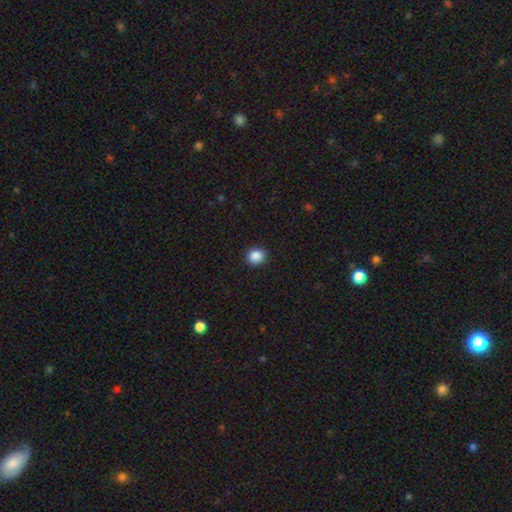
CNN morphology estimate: A smooth galaxy with no disk features (88%) that is round (83%).

Vote fractions:
- Smooth or featured? smooth: 88% / star or artifact: 9% / featured or disk: 3%
- How rounded? round: 83% / in between: 16% / cigar-shaped: 1%
- Merging? none: 91% / minor disturbance: 6% / major disturbance: 2% / merger: 1%